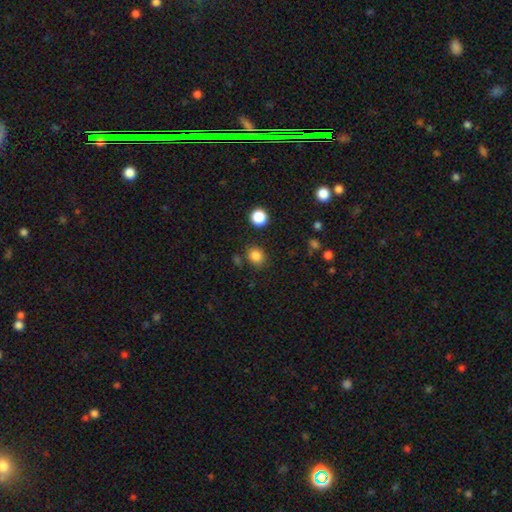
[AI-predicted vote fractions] Morphology: type=smooth (84%); roundness=round (68%); merging=none (82%).